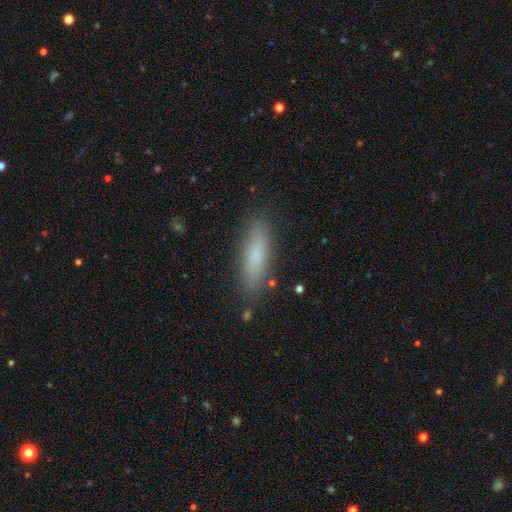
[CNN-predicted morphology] Q: Smooth or featured?
A: smooth (75%); runner-up: featured or disk (18%)
Q: How rounded?
A: cigar-shaped (56%); runner-up: in between (42%)
Q: Merging?
A: none (86%); runner-up: minor disturbance (10%)